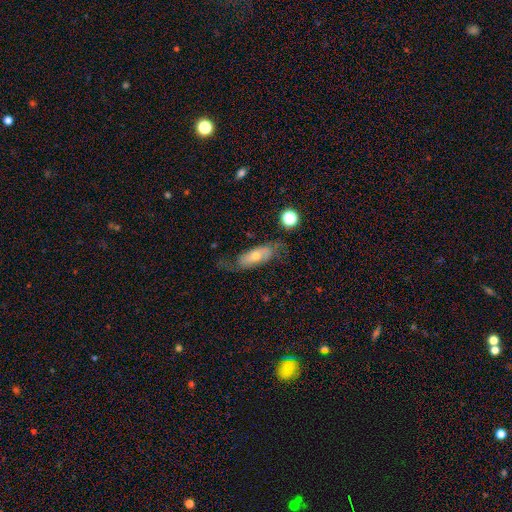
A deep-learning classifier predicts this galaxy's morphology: Smooth or featured? featured or disk (48%)
Merging? none (57%)